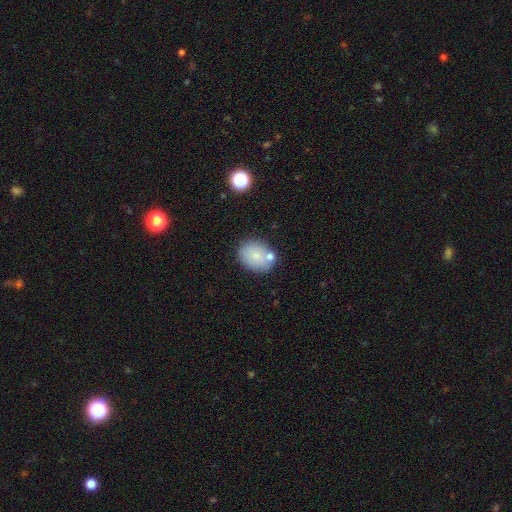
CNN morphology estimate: smooth 78%, featured or disk 14%, star or artifact 9%. Down the decision tree: how rounded — in between (61%); merging — none (68%).